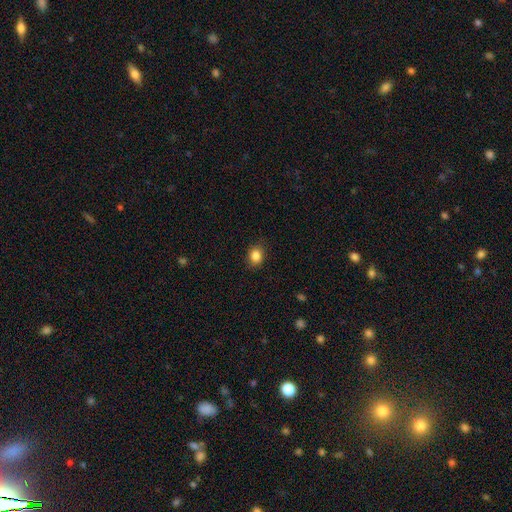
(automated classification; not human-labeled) Smooth or featured?
  - smooth: 86% *
  - star or artifact: 10%
  - featured or disk: 5%
How rounded?
  - round: 50% *
  - in between: 49%
  - cigar-shaped: 1%
Merging?
  - none: 85% *
  - minor disturbance: 11%
  - major disturbance: 3%
  - merger: 1%